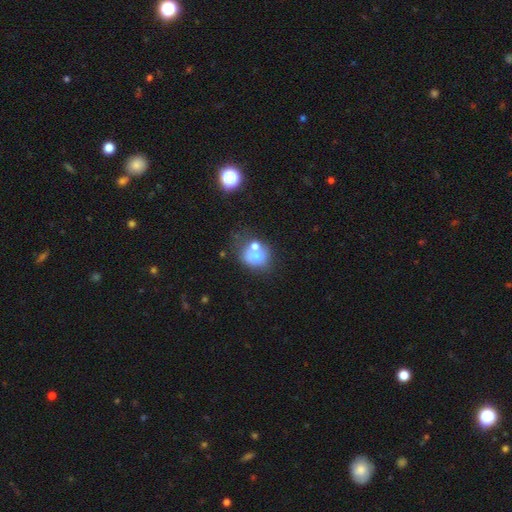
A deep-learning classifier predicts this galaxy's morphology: Overall: smooth (65%). How rounded: round (71%). Merging: merger (46%; none 38%).